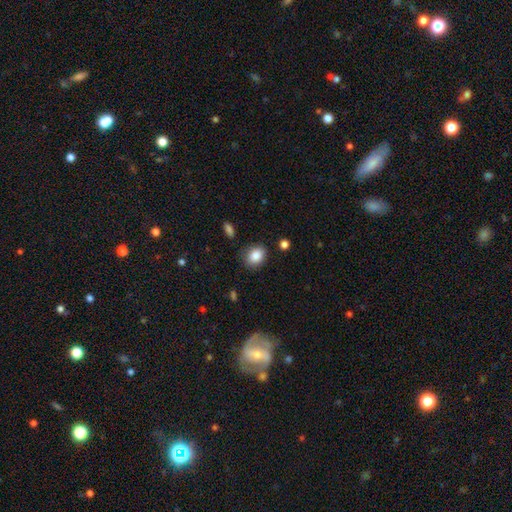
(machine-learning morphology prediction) This appears to be a smooth galaxy with no disk features (86%) that is in between round and cigar-shaped (52%). Merging: none (82%).